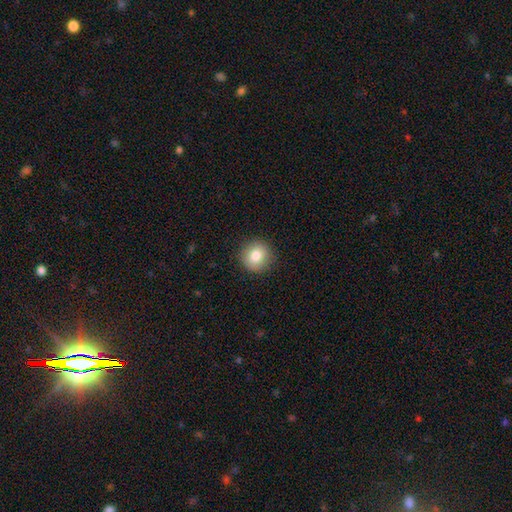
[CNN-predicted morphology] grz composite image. It shows a smooth galaxy with no disk features (83%) that is round (92%). Merging: none (90%).